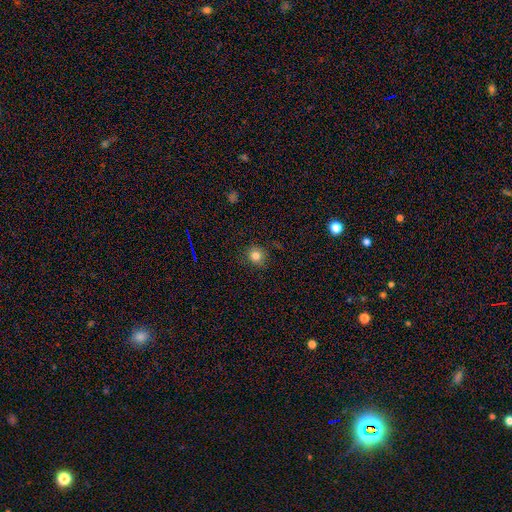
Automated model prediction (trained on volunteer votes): A smooth galaxy with no disk features (81%) that is round (87%).

Vote fractions:
- Smooth or featured? smooth: 81% / star or artifact: 13% / featured or disk: 6%
- How rounded? round: 87% / in between: 12% / cigar-shaped: 1%
- Merging? none: 84% / minor disturbance: 12% / major disturbance: 3% / merger: 1%